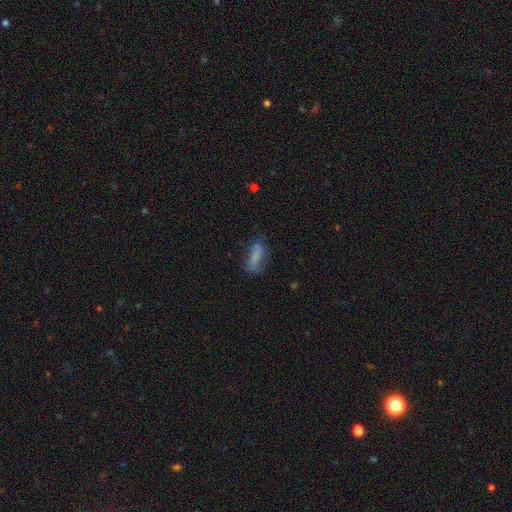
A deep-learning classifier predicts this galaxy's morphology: The model was most divided on "how rounded": cigar-shaped: 49%, in between: 48%, round: 3%. More confident: smooth or featured — smooth (72%); merging — none (58%).